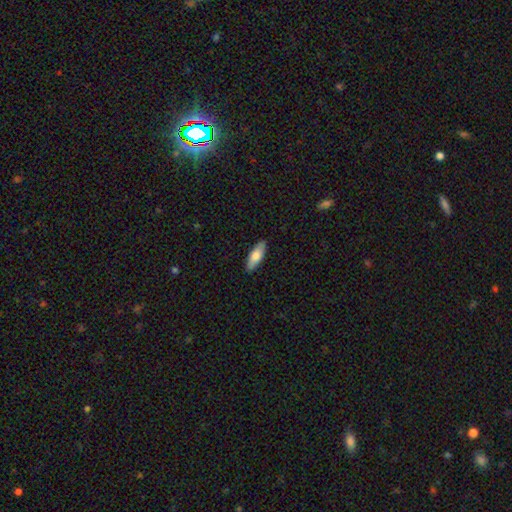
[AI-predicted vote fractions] This appears to be a smooth galaxy with no disk features (74%) that is in between round and cigar-shaped (61%). Merging: none (89%).